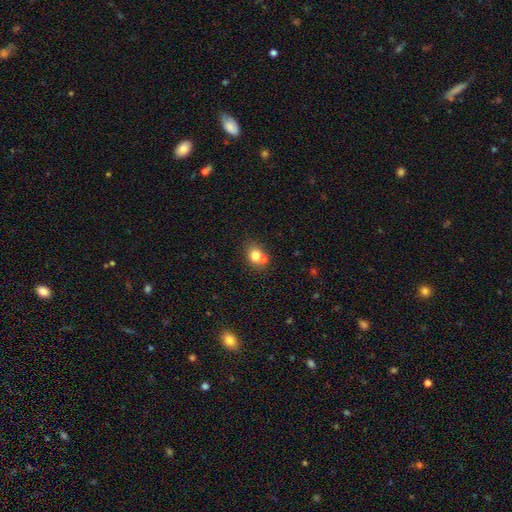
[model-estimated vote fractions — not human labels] smooth-or-featured: smooth: 74% | featured or disk: 15% | star or artifact: 12%
  how-rounded: round: 59% | in between: 40% | cigar-shaped: 1%
  merging: none: 45% | merger: 42% | minor disturbance: 9% | major disturbance: 3%